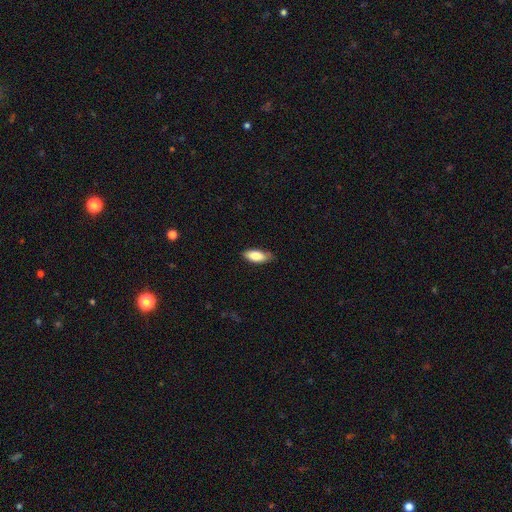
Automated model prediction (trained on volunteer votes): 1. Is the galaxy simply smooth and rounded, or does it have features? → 82% smooth, 12% featured or disk, 6% star or artifact.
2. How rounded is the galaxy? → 83% in between, 15% cigar-shaped, 2% round.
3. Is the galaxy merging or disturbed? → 77% none, 19% minor disturbance, 3% major disturbance, 1% merger.